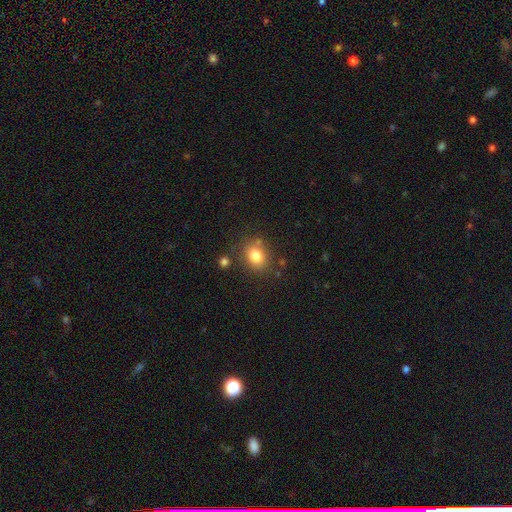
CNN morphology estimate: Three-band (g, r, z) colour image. It shows a smooth galaxy with no disk features (81%) that is round (51%). Merging: none (77%).